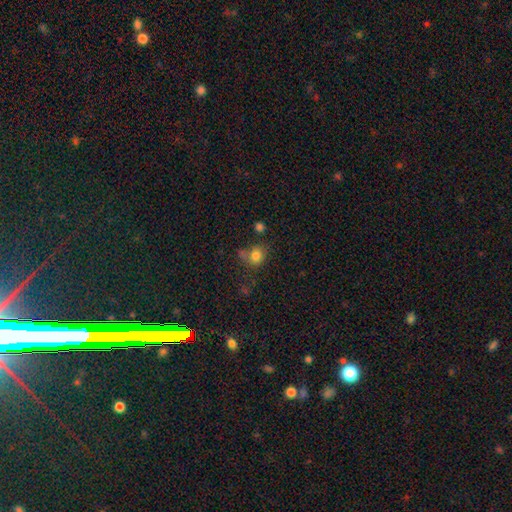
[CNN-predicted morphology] type=smooth (80%); roundness=round (71%); merging=none (58%).